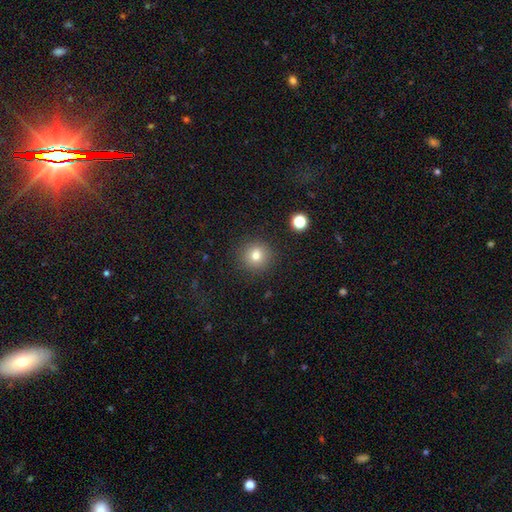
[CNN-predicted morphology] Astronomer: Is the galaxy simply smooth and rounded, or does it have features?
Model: smooth — 78%.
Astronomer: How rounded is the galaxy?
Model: round — 93%.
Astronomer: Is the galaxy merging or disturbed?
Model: none — 89%.